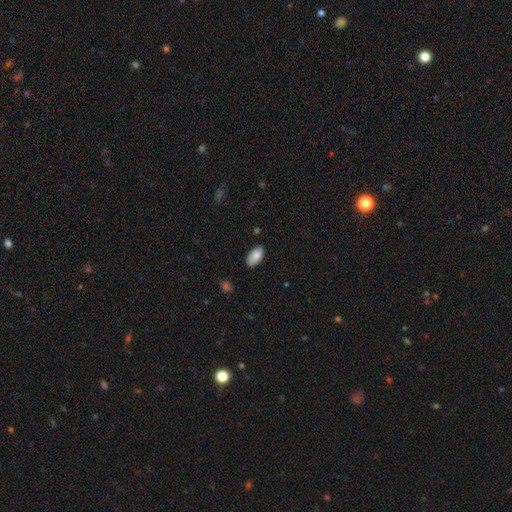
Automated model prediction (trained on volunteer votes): The model was most divided on "merging": none: 83%, minor disturbance: 13%, major disturbance: 2%, merger: 1%. More confident: how rounded — in between (95%); smooth or featured — smooth (84%).